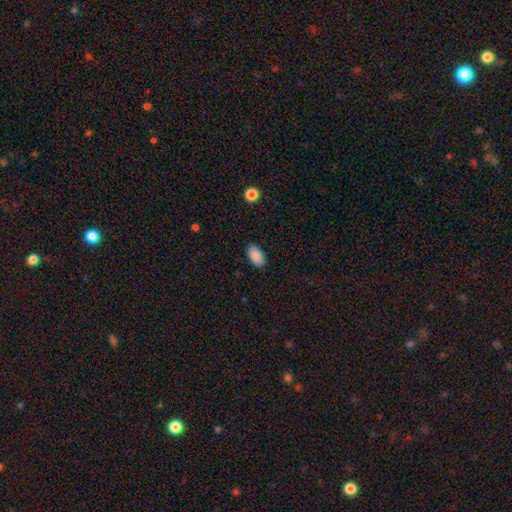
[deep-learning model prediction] A smooth galaxy with no disk features (89%) that is in between round and cigar-shaped (94%).

Vote fractions:
- Smooth or featured? smooth: 89% / star or artifact: 7% / featured or disk: 4%
- How rounded? in between: 94% / round: 4% / cigar-shaped: 2%
- Merging? none: 87% / minor disturbance: 9% / major disturbance: 2% / merger: 1%